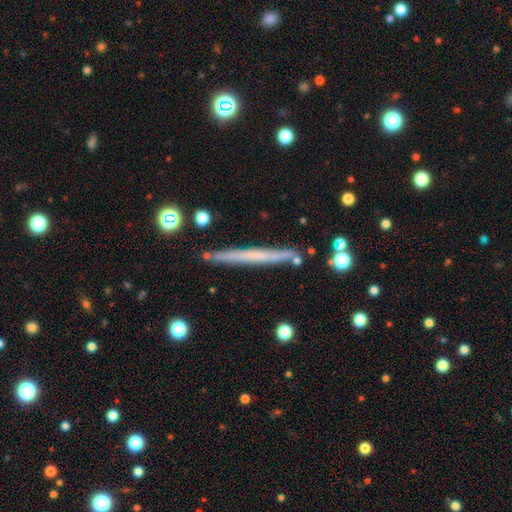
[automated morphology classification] This is possibly a featured or disk galaxy (51%). It is clearly viewed edge-on (97%). Merging: clearly none (88%).